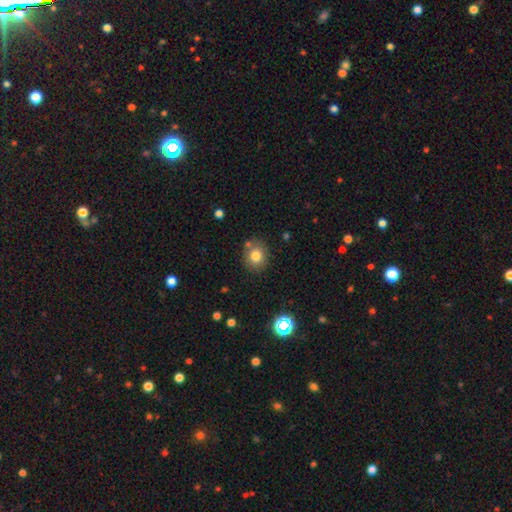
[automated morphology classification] A smooth galaxy with no disk features (79%) that is round (72%).

Vote fractions:
- Smooth or featured? smooth: 79% / star or artifact: 12% / featured or disk: 9%
- How rounded? round: 72% / in between: 28% / cigar-shaped: 1%
- Merging? none: 77% / minor disturbance: 12% / merger: 8% / major disturbance: 3%